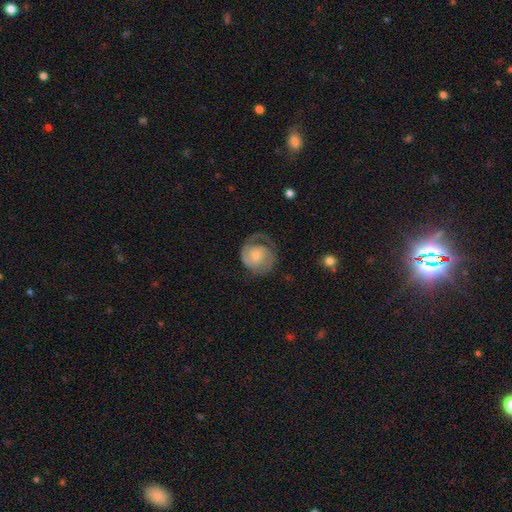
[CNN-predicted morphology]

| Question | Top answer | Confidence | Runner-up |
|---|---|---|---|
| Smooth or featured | featured or disk | 71% | smooth (23%) |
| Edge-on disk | no | 98% | yes (2%) |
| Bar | no | 68% | weak (28%) |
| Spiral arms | yes | 91% | no (9%) |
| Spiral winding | tight | 49% | medium (35%) |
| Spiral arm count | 2 | 43% | 1 (40%) |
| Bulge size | small | 45% | moderate (36%) |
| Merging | none | 55% | major disturbance (22%) |